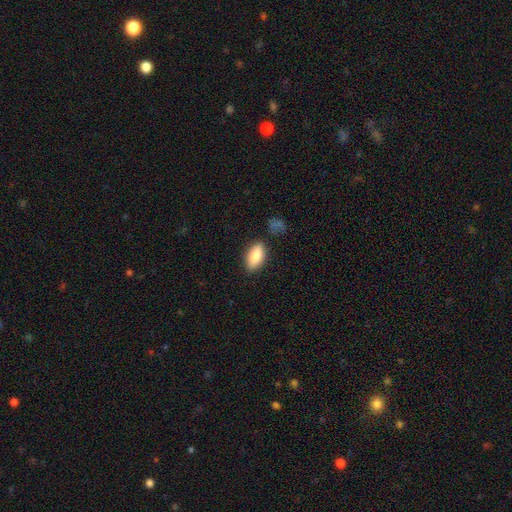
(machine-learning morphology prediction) smooth 84%, featured or disk 9%, star or artifact 7%. Down the decision tree: how rounded — in between (87%); merging — none (81%).